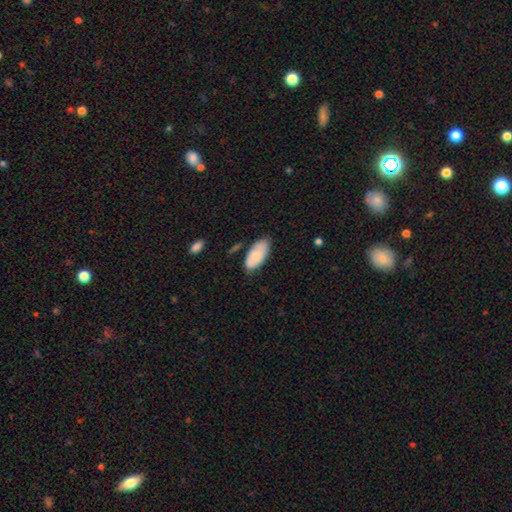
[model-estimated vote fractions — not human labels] Smooth or featured: smooth — 79% (featured or disk — 15%)
How rounded: in between — 93% (cigar-shaped — 5%)
Merging: none — 74% (minor disturbance — 19%)